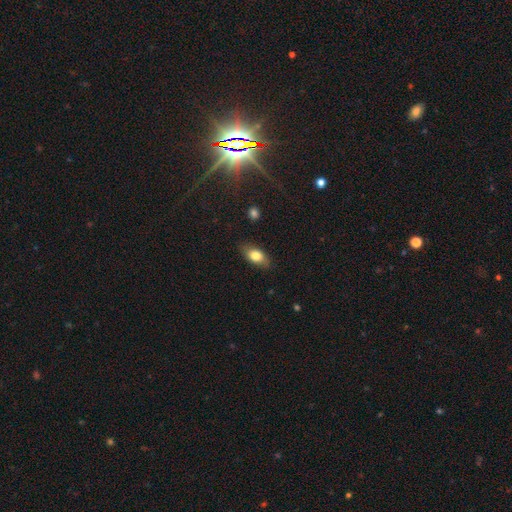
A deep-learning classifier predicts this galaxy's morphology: Overall: smooth (77%). How rounded: in between (86%). Merging: none (82%).